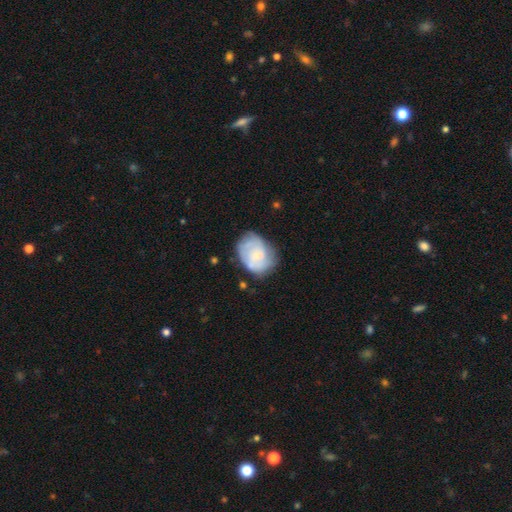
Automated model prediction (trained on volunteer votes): Overall: featured or disk (48%; smooth 45%). Merging: none (56%; minor disturbance 27%).